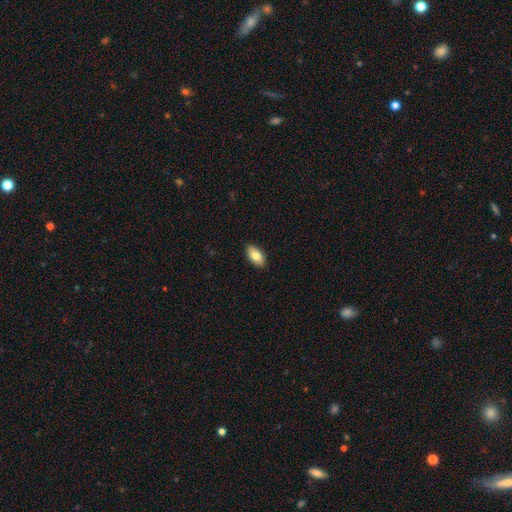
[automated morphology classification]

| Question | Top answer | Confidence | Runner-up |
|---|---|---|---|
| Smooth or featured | smooth | 80% | featured or disk (13%) |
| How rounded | in between | 93% | cigar-shaped (4%) |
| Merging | none | 89% | minor disturbance (8%) |